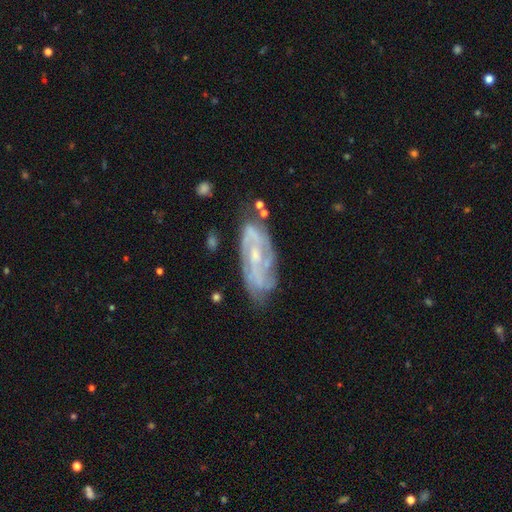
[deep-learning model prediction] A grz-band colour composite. It shows a featured or disk galaxy (82%) with a weak bar (43%), 2 (43%) tight (46%) spiral arms (92%) and a small central bulge (62%). Merging: none (69%).